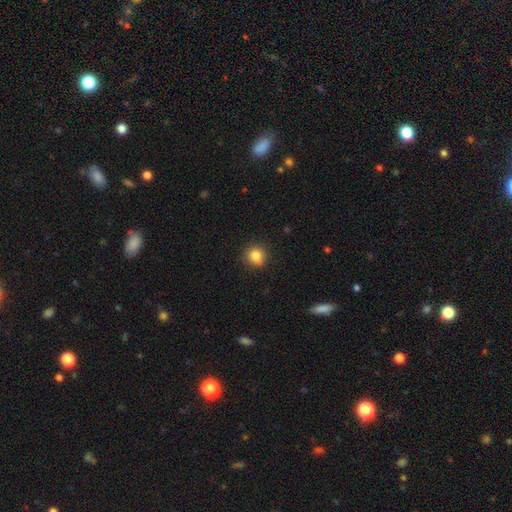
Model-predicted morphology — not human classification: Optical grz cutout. It shows a smooth galaxy with no disk features (85%) that is round (86%). Merging: none (87%).